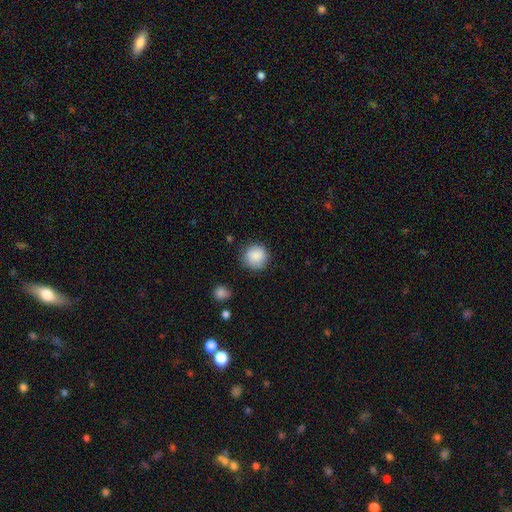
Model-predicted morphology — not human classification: Smooth or featured? smooth (87%)
How rounded? round (91%)
Merging? none (83%)